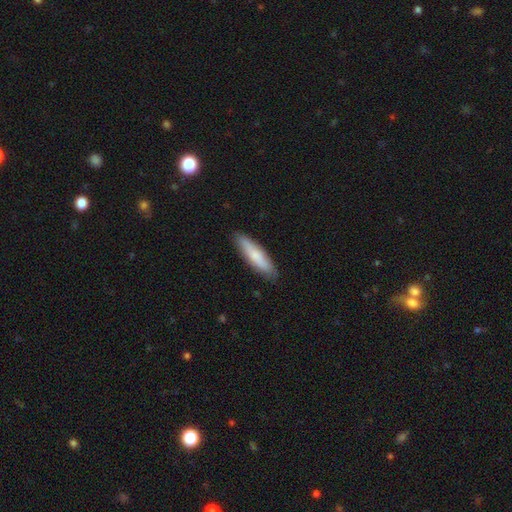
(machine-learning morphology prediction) The model was most divided on "how rounded": cigar-shaped: 74%, in between: 24%, round: 2%. More confident: merging — none (87%); smooth or featured — smooth (74%).